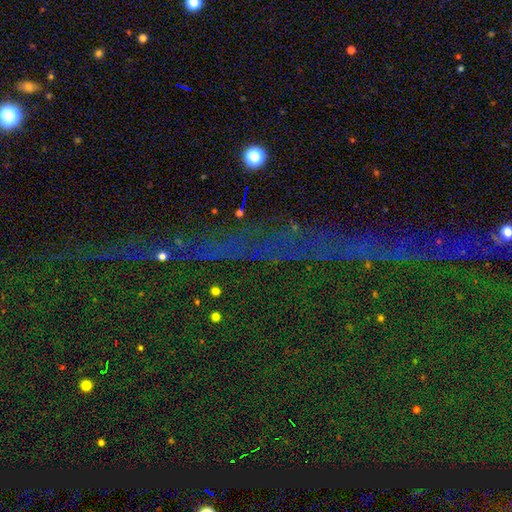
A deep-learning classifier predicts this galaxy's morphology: Smooth or featured? Predicted: star or artifact (p=0.84).